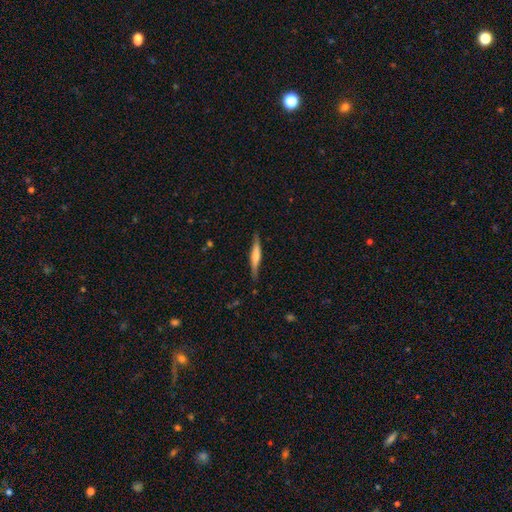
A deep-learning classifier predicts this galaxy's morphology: This is possibly a featured or disk galaxy (47%, tied with smooth). Merging: clearly none (81%).